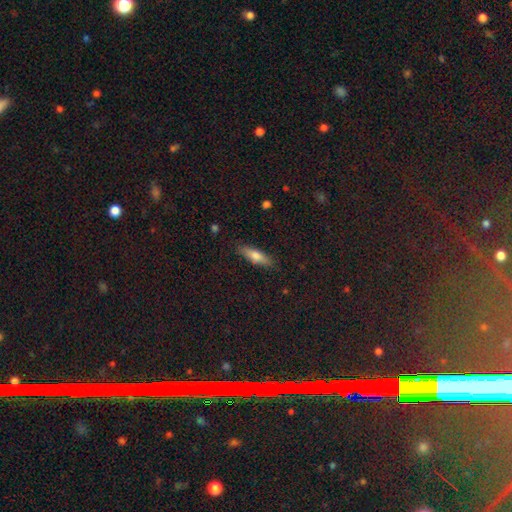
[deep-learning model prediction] A smooth galaxy with no disk features (67%) that is cigar-shaped (57%).

Vote fractions:
- Smooth or featured? smooth: 67% / featured or disk: 26% / star or artifact: 7%
- How rounded? cigar-shaped: 57% / in between: 41% / round: 2%
- Merging? none: 86% / minor disturbance: 10% / major disturbance: 2% / merger: 1%